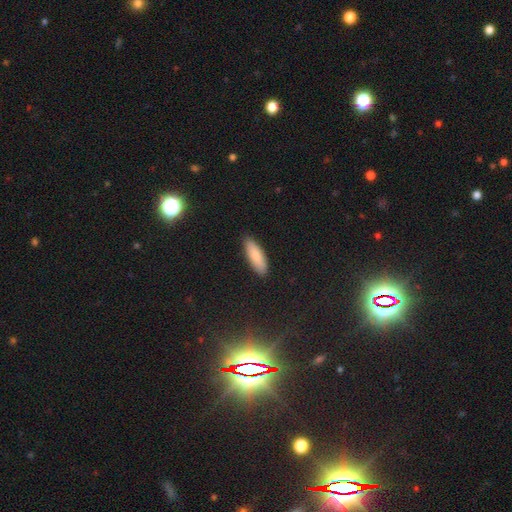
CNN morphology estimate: Overall: smooth (86%). How rounded: in between (53%; cigar-shaped 45%). Merging: none (88%).